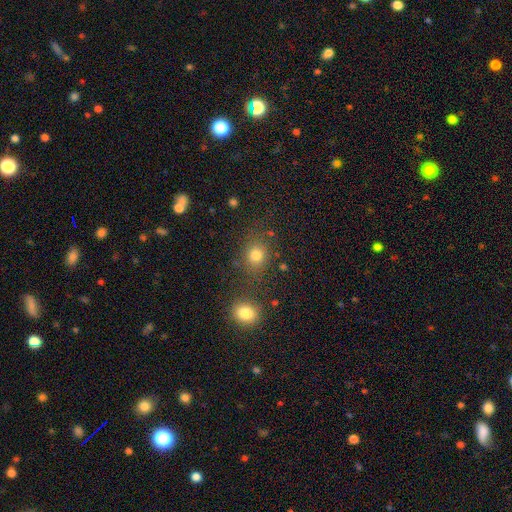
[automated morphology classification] This is likely a smooth galaxy (78%). How rounded: likely round (71%). Merging: likely none (72%).